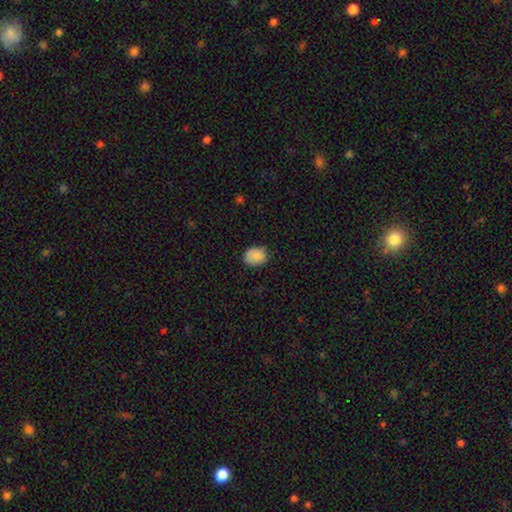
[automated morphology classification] smooth_or_featured: smooth (p=0.85) [alt: star or artifact p=0.08]
how_rounded: in between (p=0.54) [alt: round p=0.45]
merging: none (p=0.72) [alt: minor disturbance p=0.22]